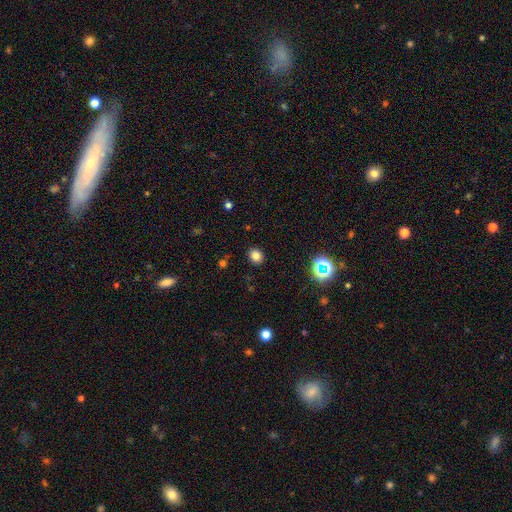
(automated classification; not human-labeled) The model was most divided on "how rounded": round: 71%, in between: 29%, cigar-shaped: 1%. More confident: merging — none (90%); smooth or featured — smooth (80%).